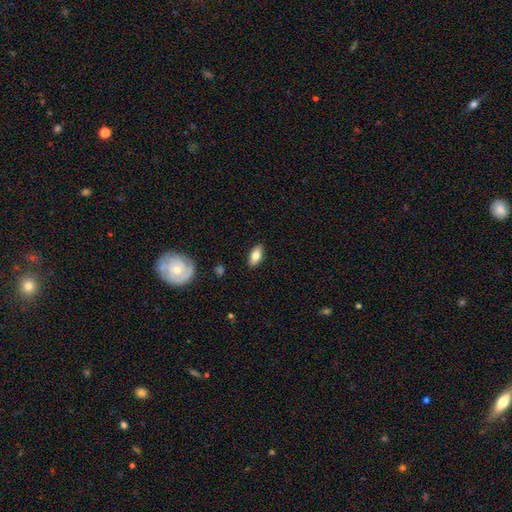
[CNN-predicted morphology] A smooth galaxy with no disk features (75%) that is in between round and cigar-shaped (89%). Merging: none (88%).